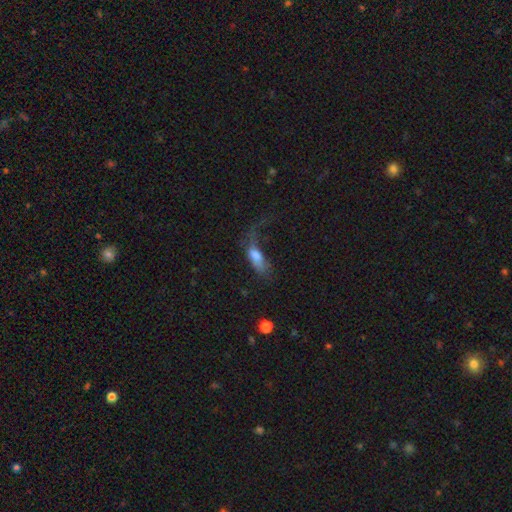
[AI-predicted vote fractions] smooth_or_featured: smooth (p=0.64) [alt: featured or disk p=0.26]
how_rounded: in between (p=0.73) [alt: cigar-shaped p=0.22]
merging: major disturbance (p=0.62) [alt: none p=0.18]